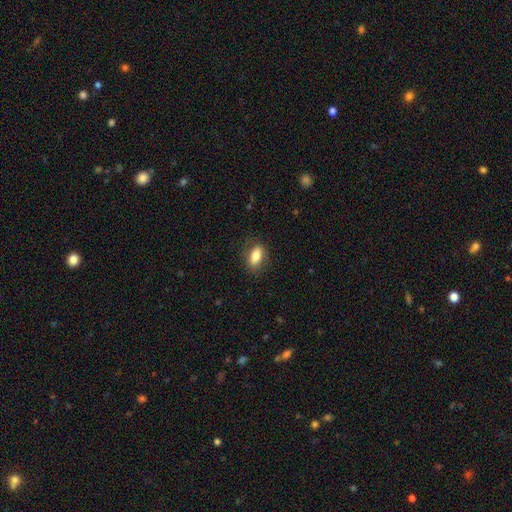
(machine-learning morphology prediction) smooth 80%, featured or disk 13%, star or artifact 7%. Down the decision tree: how rounded — in between (86%); merging — none (81%).